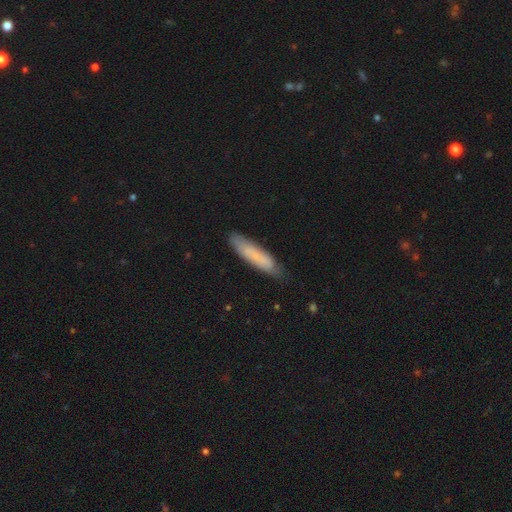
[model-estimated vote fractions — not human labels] smooth_or_featured: smooth (p=0.72) [alt: featured or disk p=0.20]
how_rounded: cigar-shaped (p=0.76) [alt: in between p=0.22]
merging: none (p=0.77) [alt: minor disturbance p=0.18]